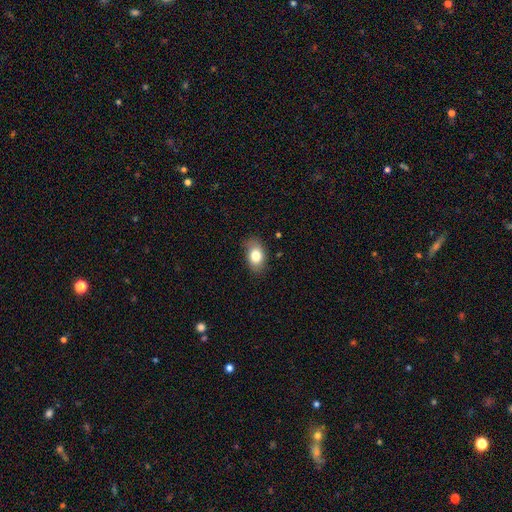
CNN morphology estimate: A smooth galaxy with no disk features (80%) that is in between round and cigar-shaped (85%).

Vote fractions:
- Smooth or featured? smooth: 80% / featured or disk: 12% / star or artifact: 8%
- How rounded? in between: 85% / round: 14% / cigar-shaped: 1%
- Merging? none: 77% / minor disturbance: 18% / major disturbance: 4% / merger: 1%